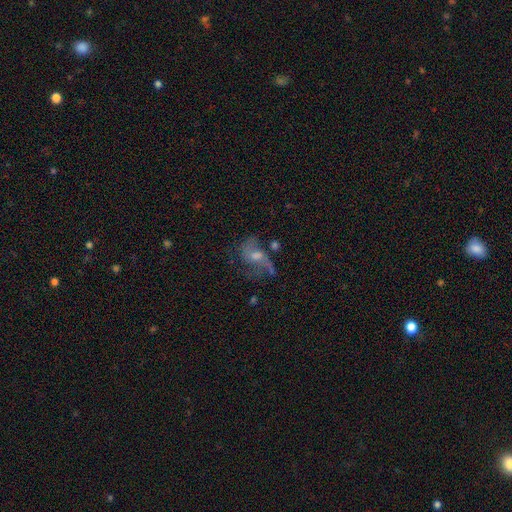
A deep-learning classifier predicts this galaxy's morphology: Smooth or featured? Predicted: featured or disk (p=0.65). Edge-on disk? Predicted: no (p=0.96). Bar? Predicted: no (p=0.60). Spiral arms? Predicted: yes (p=0.77). Bulge size? Predicted: moderate (p=0.49). Merging? Predicted: none (p=0.43).